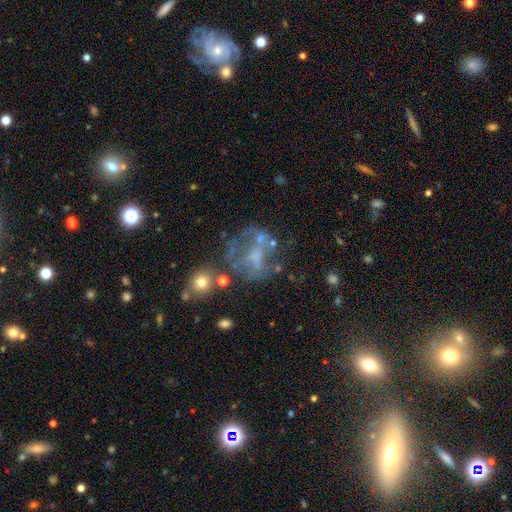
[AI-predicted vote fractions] smooth_or_featured: featured or disk (p=0.58) [alt: smooth p=0.23]
disk_edge_on: no (p=0.97) [alt: yes p=0.03]
bar: no (p=0.66) [alt: weak p=0.24]
has_spiral_arms: no (p=0.73) [alt: yes p=0.27]
bulge_size: none (p=0.50) [alt: small p=0.24]
merging: none (p=0.42) [alt: major disturbance p=0.28]